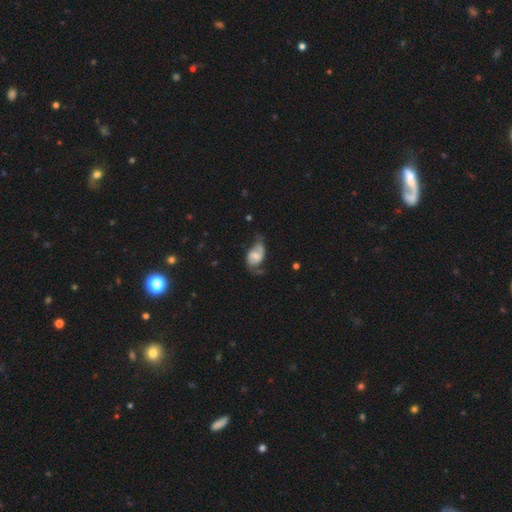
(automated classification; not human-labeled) Overall: featured or disk (64%; smooth 30%). Edge-on disk: no (96%). Bar: no (49%; weak 39%). Spiral arms: yes (85%). Spiral arm count: 2 (80%). Spiral winding: loose (44%; medium 38%). Bulge size: small (45%; moderate 37%). Merging: none (45%; minor disturbance 30%).